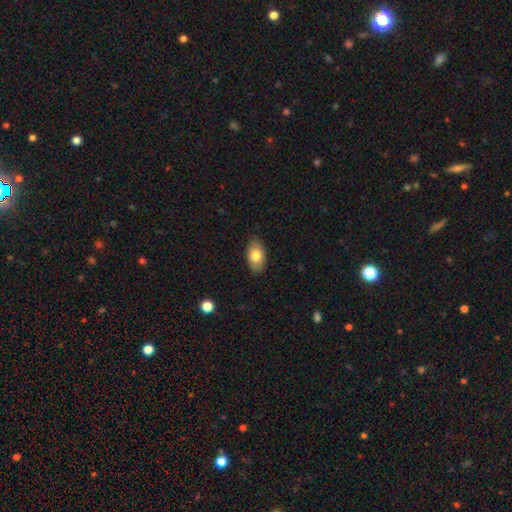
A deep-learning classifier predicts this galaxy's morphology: A smooth galaxy with no disk features (77%) that is in between round and cigar-shaped (93%).

Vote fractions:
- Smooth or featured? smooth: 77% / featured or disk: 16% / star or artifact: 7%
- How rounded? in between: 93% / round: 5% / cigar-shaped: 2%
- Merging? none: 87% / minor disturbance: 10% / major disturbance: 2% / merger: 1%